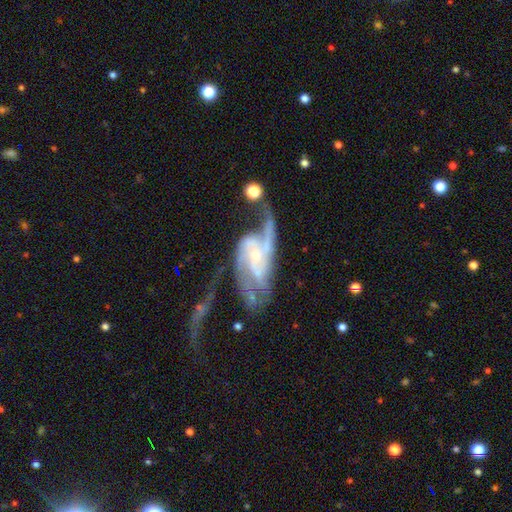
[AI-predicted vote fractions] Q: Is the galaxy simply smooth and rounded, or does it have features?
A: featured or disk — 86%.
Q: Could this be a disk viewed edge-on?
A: no — 96%.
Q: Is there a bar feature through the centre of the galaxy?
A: no — 53%.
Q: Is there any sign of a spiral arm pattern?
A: yes — 93%.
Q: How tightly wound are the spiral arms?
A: loose — 49%.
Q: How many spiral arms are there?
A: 2 — 51%.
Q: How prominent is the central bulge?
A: small — 66%.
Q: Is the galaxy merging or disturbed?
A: major disturbance — 43%.